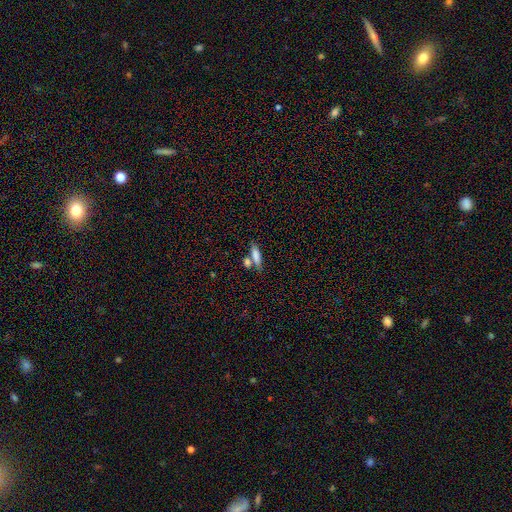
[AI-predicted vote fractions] Smooth or featured? Predicted: smooth (p=0.79). How rounded? Predicted: cigar-shaped (p=0.54). Merging? Predicted: none (p=0.53).